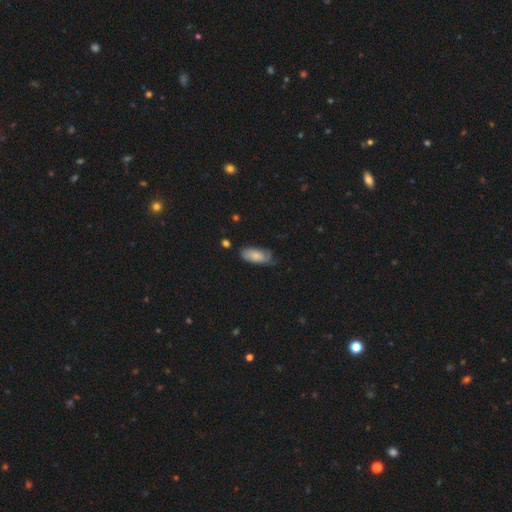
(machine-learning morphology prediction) Smooth or featured: smooth — 65% (featured or disk — 29%)
How rounded: in between — 86% (cigar-shaped — 11%)
Merging: none — 54% (minor disturbance — 33%)